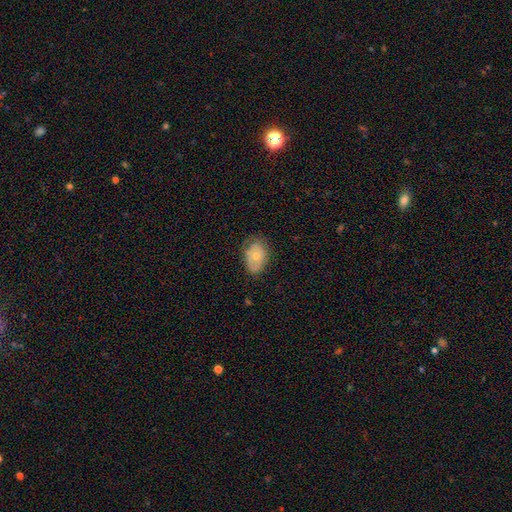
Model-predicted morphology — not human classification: This appears to be a smooth galaxy with no disk features (56%) that is in between round and cigar-shaped (82%). Merging: none (65%).